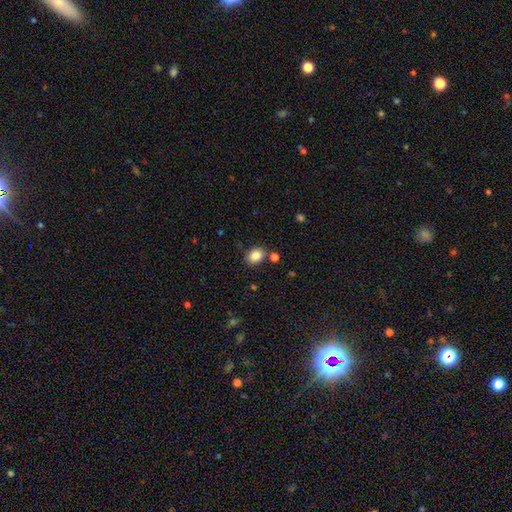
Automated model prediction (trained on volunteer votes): smooth_or_featured: smooth (p=0.85) [alt: star or artifact p=0.10]
how_rounded: in between (p=0.56) [alt: round p=0.43]
merging: none (p=0.81) [alt: minor disturbance p=0.10]